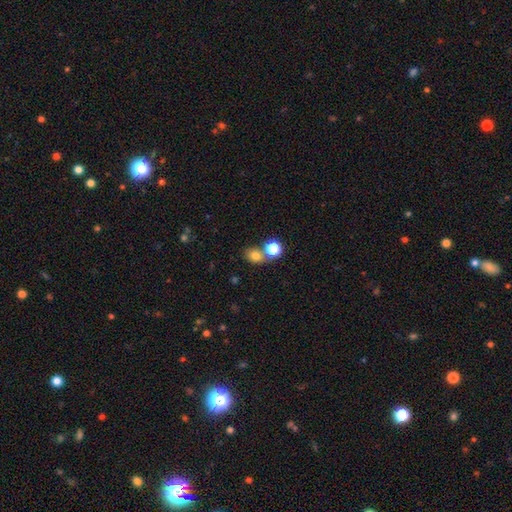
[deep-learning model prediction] smooth_or_featured: smooth (p=0.77) [alt: star or artifact p=0.15]
how_rounded: round (p=0.59) [alt: in between p=0.40]
merging: none (p=0.55) [alt: merger p=0.31]